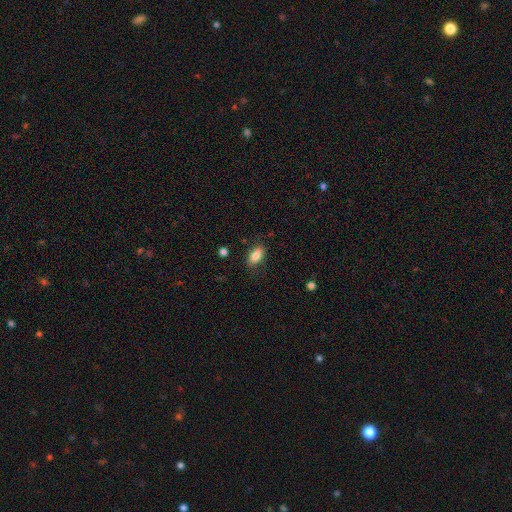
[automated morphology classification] The model was most divided on "merging": none: 83%, minor disturbance: 13%, major disturbance: 3%, merger: 1%. More confident: how rounded — in between (90%); smooth or featured — smooth (84%).